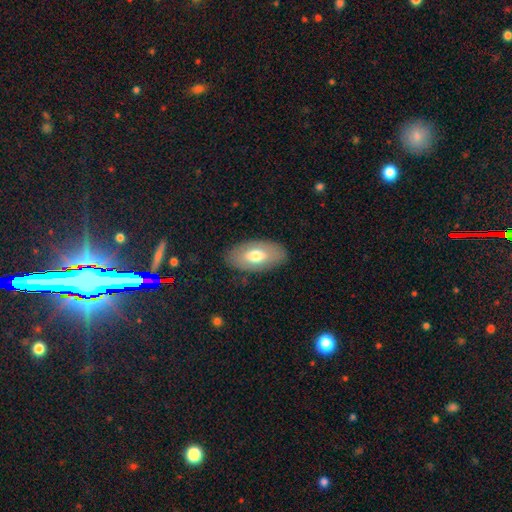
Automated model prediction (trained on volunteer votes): Smooth or featured? smooth (66%)
How rounded? in between (94%)
Merging? none (85%)